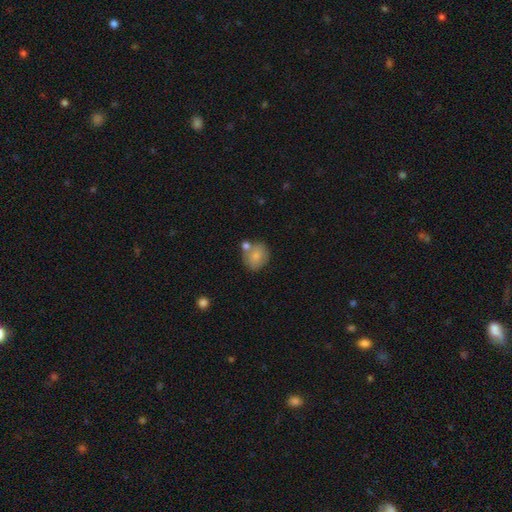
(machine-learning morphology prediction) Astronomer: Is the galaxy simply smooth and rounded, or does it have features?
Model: smooth — 79%.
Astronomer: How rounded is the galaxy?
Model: round — 66%.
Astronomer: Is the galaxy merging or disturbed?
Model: none — 57%.